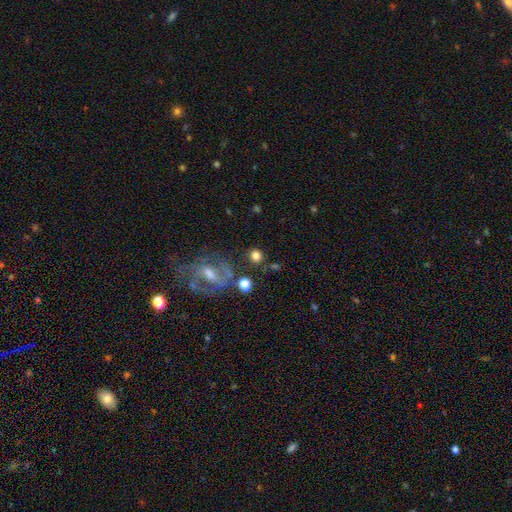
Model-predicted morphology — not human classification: type=smooth (75%); roundness=round (83%); merging=none (76%).